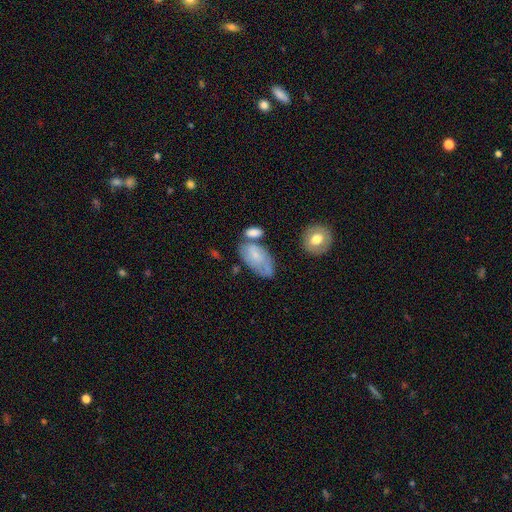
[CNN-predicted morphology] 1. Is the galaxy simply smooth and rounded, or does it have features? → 60% smooth, 33% featured or disk, 7% star or artifact.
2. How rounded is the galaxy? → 91% in between, 5% round, 4% cigar-shaped.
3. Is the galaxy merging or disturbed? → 40% none, 28% minor disturbance, 20% merger, 12% major disturbance.